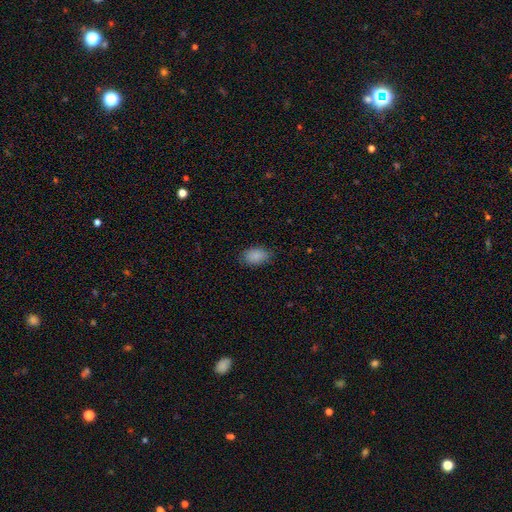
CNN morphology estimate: Overall: smooth (87%). How rounded: in between (90%). Merging: none (79%).